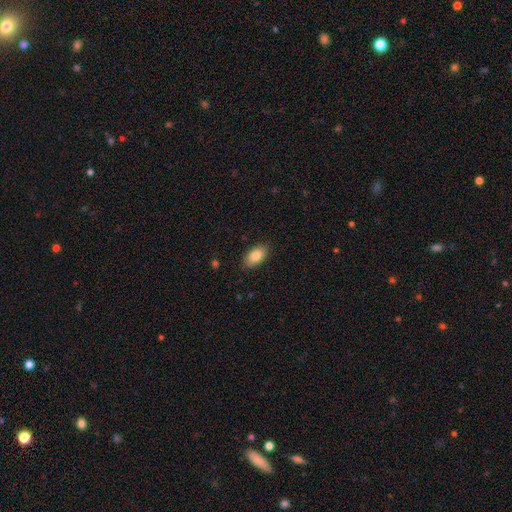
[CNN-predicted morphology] A smooth galaxy with no disk features (84%) that is in between round and cigar-shaped (92%). Merging: none (85%).